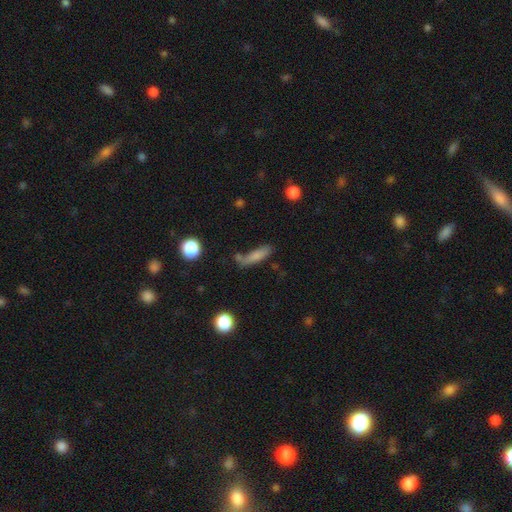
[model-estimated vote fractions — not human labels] Smooth or featured?
  - smooth: 74% *
  - featured or disk: 16%
  - star or artifact: 10%
How rounded?
  - cigar-shaped: 67% *
  - in between: 29%
  - round: 4%
Merging?
  - none: 57% *
  - minor disturbance: 21%
  - merger: 13%
  - major disturbance: 9%